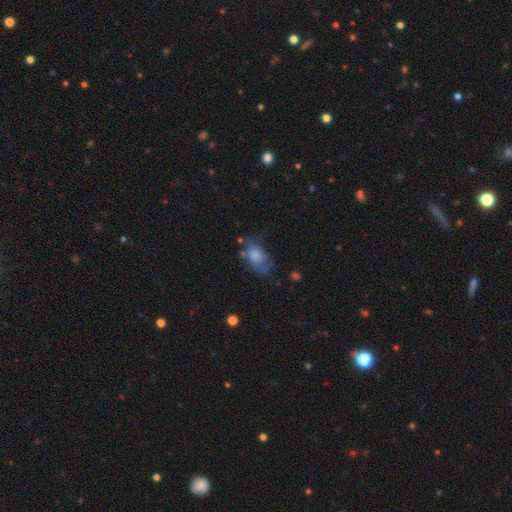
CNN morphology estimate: Overall: smooth (67%). How rounded: in between (86%). Merging: none (40%; minor disturbance 30%).